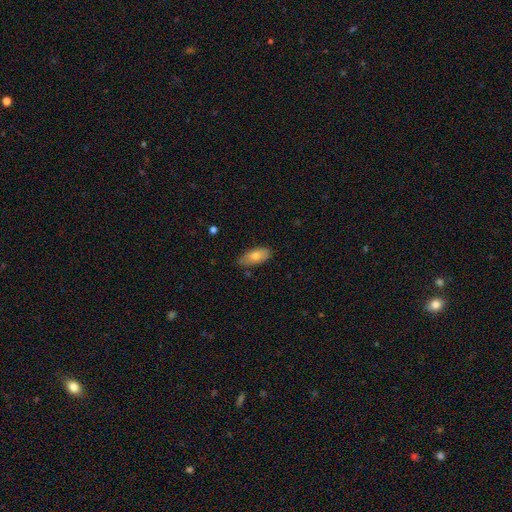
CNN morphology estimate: smooth_or_featured: smooth (p=0.74) [alt: featured or disk p=0.19]
how_rounded: in between (p=0.87) [alt: cigar-shaped p=0.10]
merging: none (p=0.76) [alt: minor disturbance p=0.19]